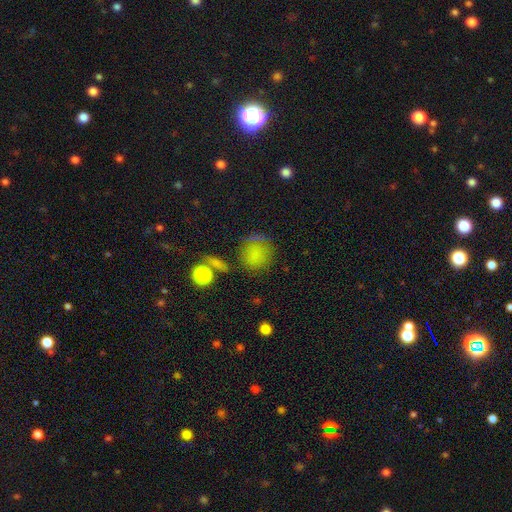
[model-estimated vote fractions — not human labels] This is likely a smooth galaxy (73%). How rounded: clearly round (82%). Merging: likely none (64%).